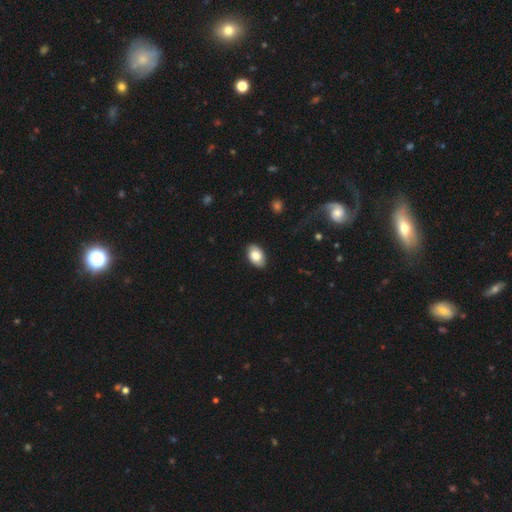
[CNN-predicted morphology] Smooth or featured? Predicted: smooth (p=0.80). How rounded? Predicted: in between (p=0.92). Merging? Predicted: none (p=0.87).